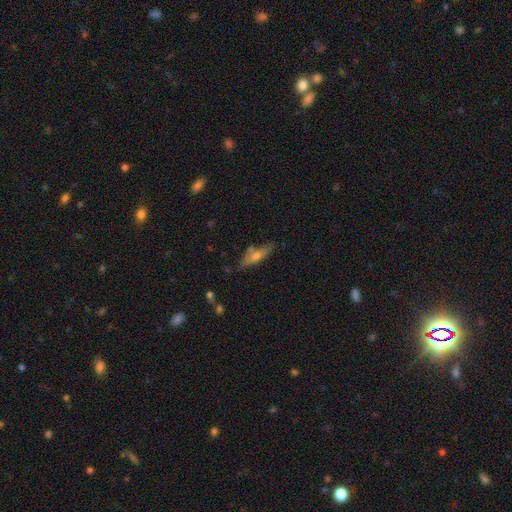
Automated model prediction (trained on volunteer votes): Overall: featured or disk (47%; smooth 45%). Merging: none (75%).